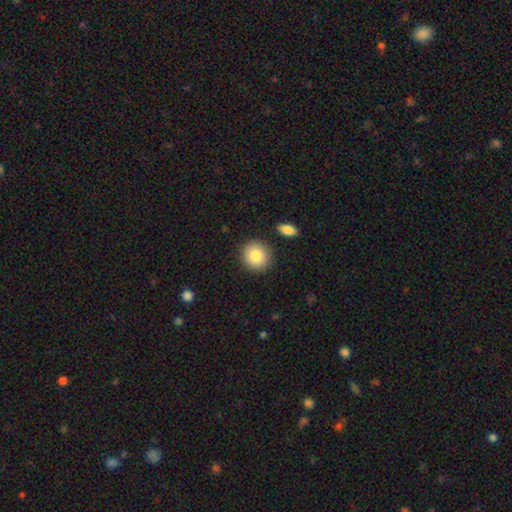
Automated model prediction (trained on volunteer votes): The model was most divided on "smooth or featured": smooth: 84%, featured or disk: 9%, star or artifact: 8%. More confident: how rounded — round (88%); merging — none (87%).